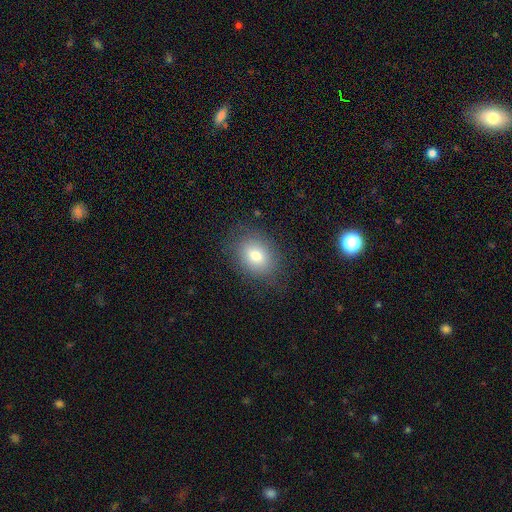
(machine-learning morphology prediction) smooth_or_featured: smooth (p=0.75) [alt: featured or disk p=0.14]
how_rounded: in between (p=0.50) [alt: round p=0.49]
merging: none (p=0.81) [alt: minor disturbance p=0.13]